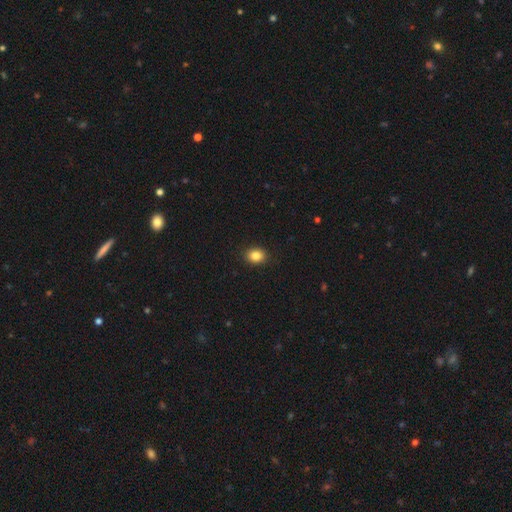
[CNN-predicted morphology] smooth-or-featured: smooth: 84% | star or artifact: 10% | featured or disk: 5%
  how-rounded: round: 57% | in between: 43% | cigar-shaped: 1%
  merging: none: 91% | minor disturbance: 6% | major disturbance: 2% | merger: 1%